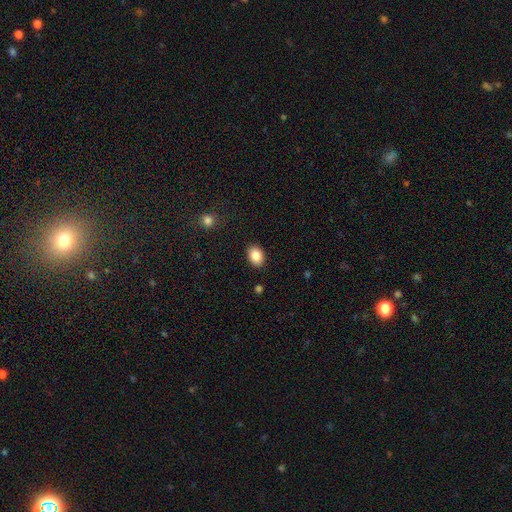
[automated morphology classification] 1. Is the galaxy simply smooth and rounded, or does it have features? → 87% smooth, 8% star or artifact, 5% featured or disk.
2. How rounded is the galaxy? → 71% in between, 28% round, 1% cigar-shaped.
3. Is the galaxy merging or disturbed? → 88% none, 8% minor disturbance, 2% major disturbance, 1% merger.